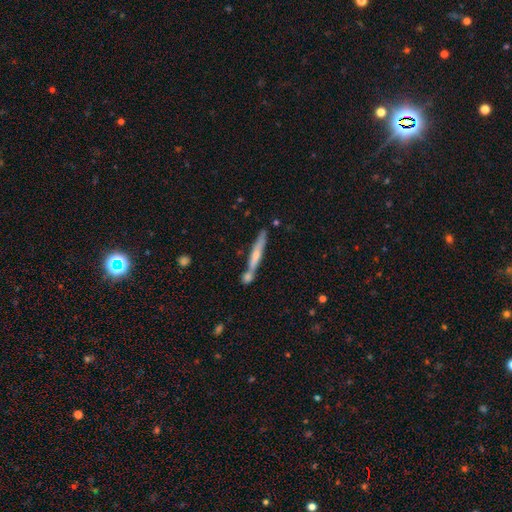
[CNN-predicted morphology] Smooth or featured? Predicted: featured or disk (p=0.47, tied with smooth). Merging? Predicted: none (p=0.60).